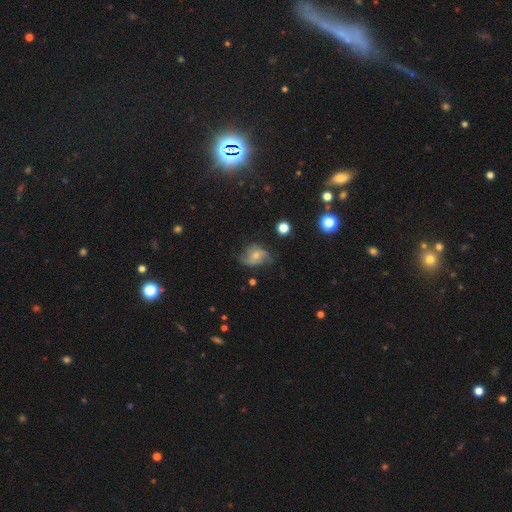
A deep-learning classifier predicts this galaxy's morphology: A featured or disk galaxy (56%) with no bar (70%), spiral arms (80%) and a small central bulge (51%).

Vote fractions:
- Smooth or featured? featured or disk: 56% / smooth: 33% / star or artifact: 11%
- Edge-on disk? no: 96% / yes: 4%
- Bar? no: 70% / weak: 25% / strong: 5%
- Spiral arms? yes: 80% / no: 20%
- Bulge size? small: 51% / moderate: 42% / none: 4% / large: 3% / dominant: 1%
- Merging? none: 51% / minor disturbance: 30% / major disturbance: 17% / merger: 2%